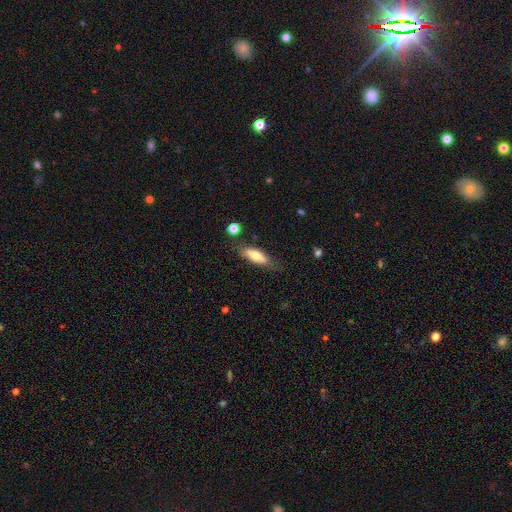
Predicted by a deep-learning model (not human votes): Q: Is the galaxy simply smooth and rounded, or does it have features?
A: smooth — 68%.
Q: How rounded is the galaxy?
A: in between — 64%.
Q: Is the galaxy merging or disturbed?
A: none — 74%.